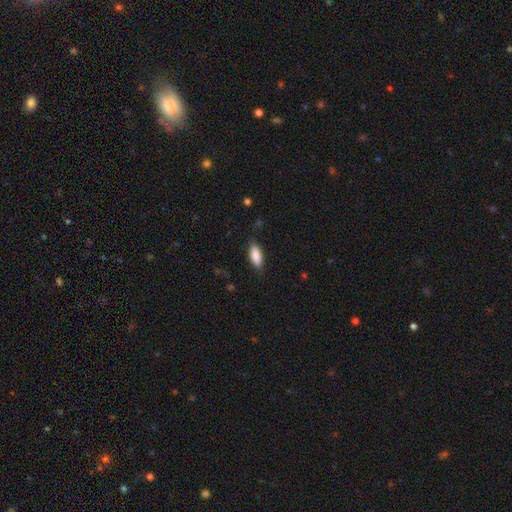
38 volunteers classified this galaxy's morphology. Smooth or featured?
  - smooth: 79% *
  - featured or disk: 13%
  - star or artifact: 8%
How rounded?
  - in between: 73% *
  - cigar-shaped: 27%
  - round: 0%
Merging?
  - none: 83% *
  - minor disturbance: 9%
  - major disturbance: 6%
  - merger: 3%